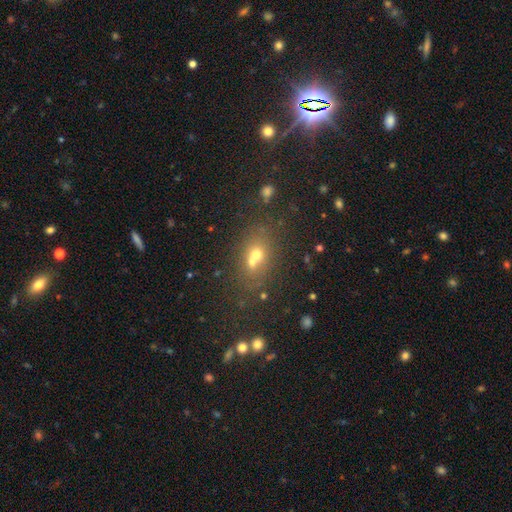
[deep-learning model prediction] smooth-or-featured: smooth: 55% | star or artifact: 25% | featured or disk: 20%
  how-rounded: round: 52% | in between: 46% | cigar-shaped: 3%
  merging: merger: 46% | none: 41% | minor disturbance: 9% | major disturbance: 5%